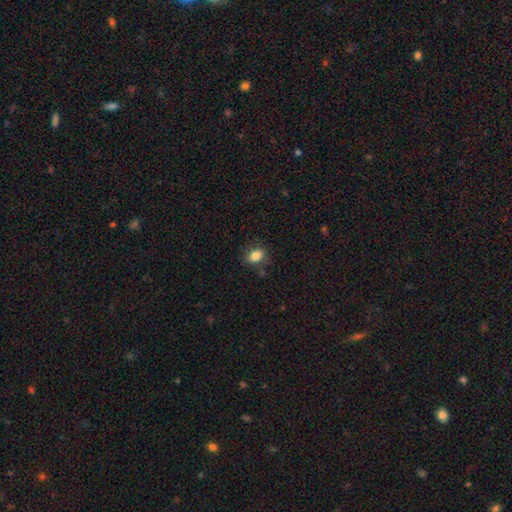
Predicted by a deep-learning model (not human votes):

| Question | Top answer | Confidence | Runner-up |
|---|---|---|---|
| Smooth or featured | smooth | 85% | star or artifact (10%) |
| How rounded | in between | 73% | round (25%) |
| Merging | none | 81% | minor disturbance (13%) |